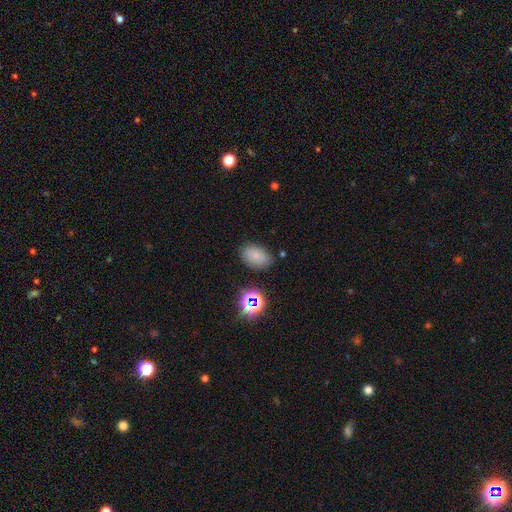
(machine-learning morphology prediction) smooth_or_featured: smooth (p=0.76) [alt: star or artifact p=0.15]
how_rounded: in between (p=0.87) [alt: round p=0.12]
merging: none (p=0.80) [alt: minor disturbance p=0.13]